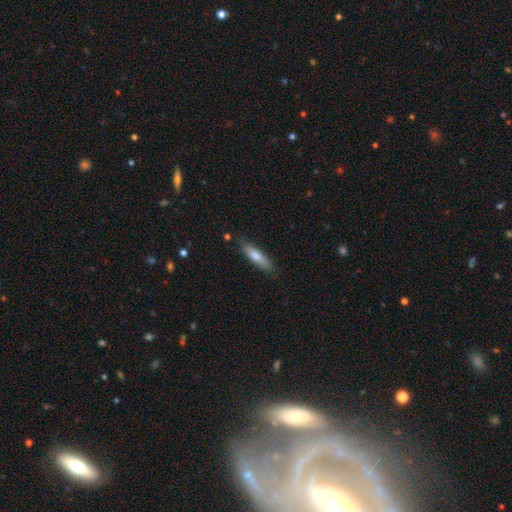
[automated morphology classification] smooth-or-featured: smooth: 72% | featured or disk: 22% | star or artifact: 6%
  how-rounded: cigar-shaped: 71% | in between: 27% | round: 2%
  merging: none: 84% | minor disturbance: 12% | major disturbance: 2% | merger: 2%